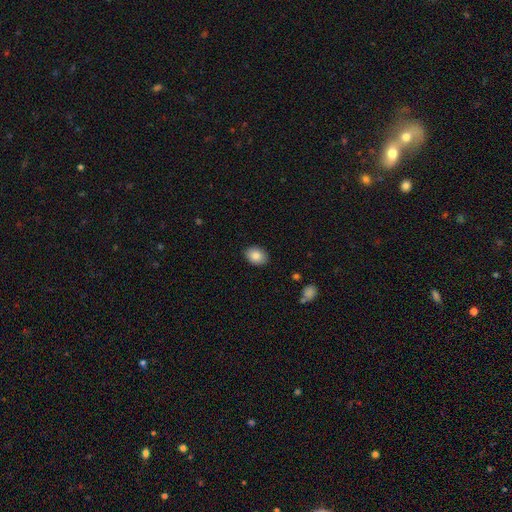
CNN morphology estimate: Q: Smooth or featured?
A: smooth (85%); runner-up: star or artifact (8%)
Q: How rounded?
A: in between (76%); runner-up: round (23%)
Q: Merging?
A: none (88%); runner-up: minor disturbance (9%)